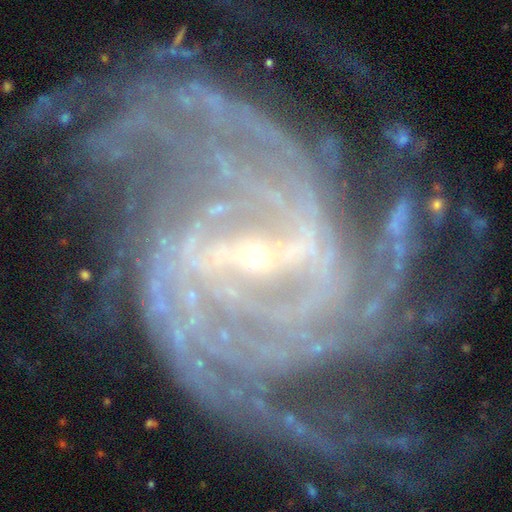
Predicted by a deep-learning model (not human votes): Smooth or featured: featured or disk — 92% (star or artifact — 6%)
Edge-on disk: no — 98% (yes — 2%)
Bar: strong — 58% (weak — 33%)
Spiral arms: yes — 98% (no — 2%)
Spiral winding: tight — 48% (medium — 40%)
Spiral arm count: 4 — 23% (more than 4 — 22%)
Bulge size: small — 82% (moderate — 12%)
Merging: none — 64% (major disturbance — 18%)